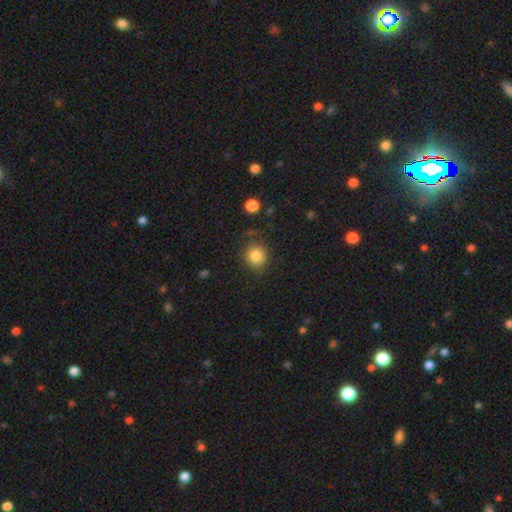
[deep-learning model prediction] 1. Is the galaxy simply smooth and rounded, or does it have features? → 83% smooth, 11% star or artifact, 6% featured or disk.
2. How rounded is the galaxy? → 87% round, 12% in between, 1% cigar-shaped.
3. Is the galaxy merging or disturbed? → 81% none, 12% minor disturbance, 4% major disturbance, 3% merger.